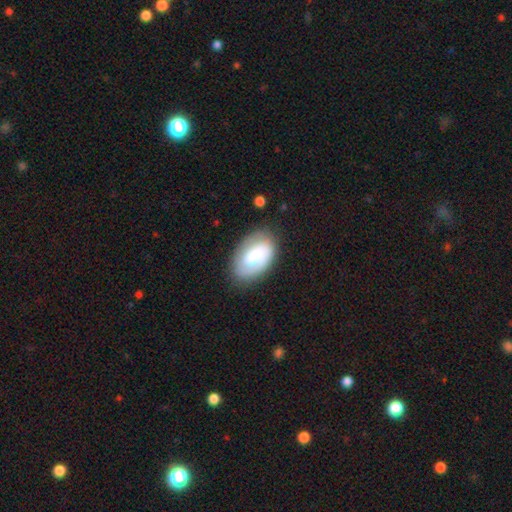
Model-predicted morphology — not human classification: Smooth or featured? smooth (53%)
How rounded? in between (90%)
Merging? none (69%)